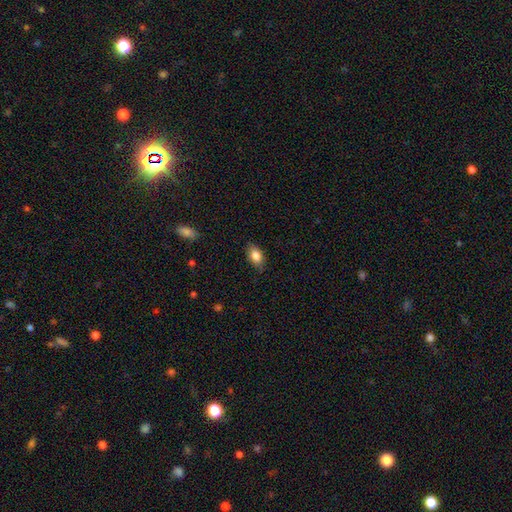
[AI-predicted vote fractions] This is clearly a smooth galaxy (84%). How rounded: clearly in between (89%). Merging: clearly none (84%).